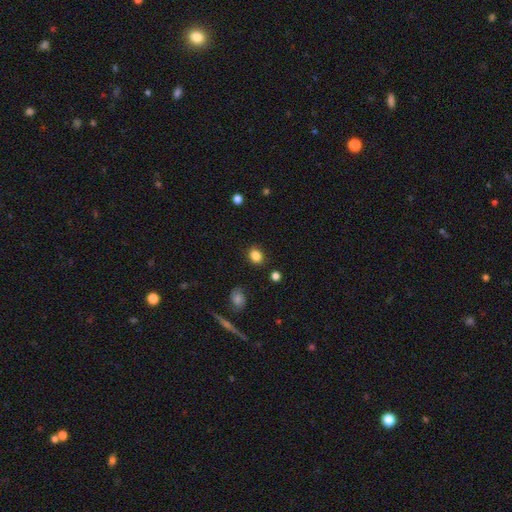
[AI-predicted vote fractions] smooth_or_featured: smooth (p=0.84) [alt: star or artifact p=0.11]
how_rounded: round (p=0.56) [alt: in between p=0.43]
merging: none (p=0.86) [alt: minor disturbance p=0.09]